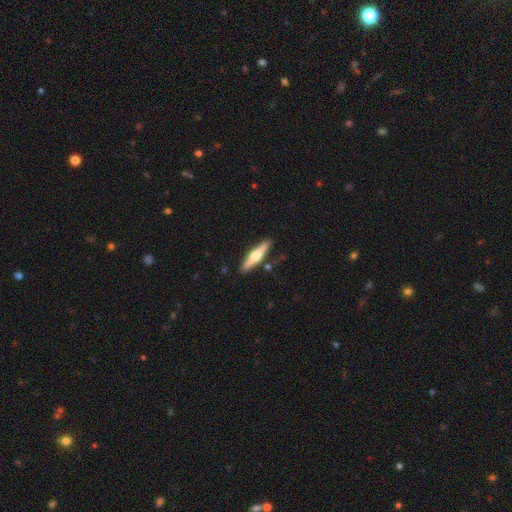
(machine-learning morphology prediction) Smooth or featured?
  - featured or disk: 61% *
  - smooth: 34%
  - star or artifact: 5%
Edge-on disk?
  - yes: 96% *
  - no: 4%
Edge-on bulge?
  - rounded: 92% *
  - boxy: 5%
  - none: 3%
Merging?
  - none: 87% *
  - minor disturbance: 9%
  - merger: 2%
  - major disturbance: 2%